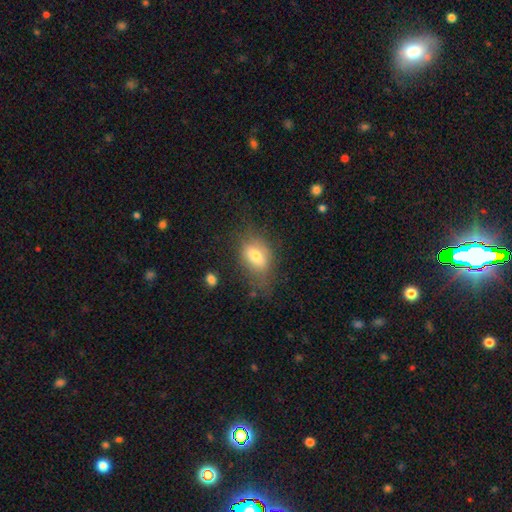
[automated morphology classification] Smooth or featured?
  - smooth: 67% *
  - featured or disk: 24%
  - star or artifact: 9%
How rounded?
  - in between: 81% *
  - round: 15%
  - cigar-shaped: 5%
Merging?
  - none: 54% *
  - minor disturbance: 27%
  - major disturbance: 16%
  - merger: 2%